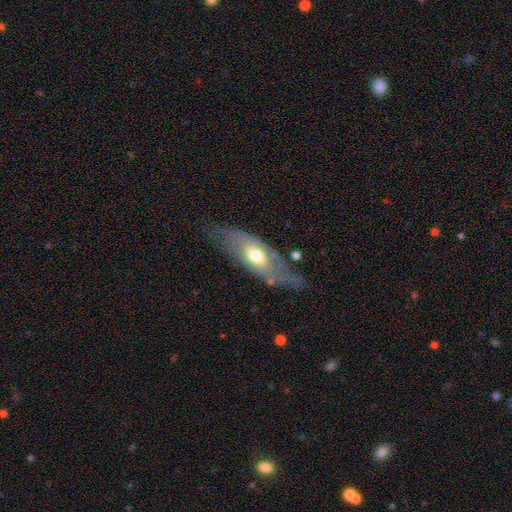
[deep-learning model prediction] Overall: featured or disk (56%; smooth 38%). Edge-on disk: no (73%). Merging: none (56%; minor disturbance 25%).